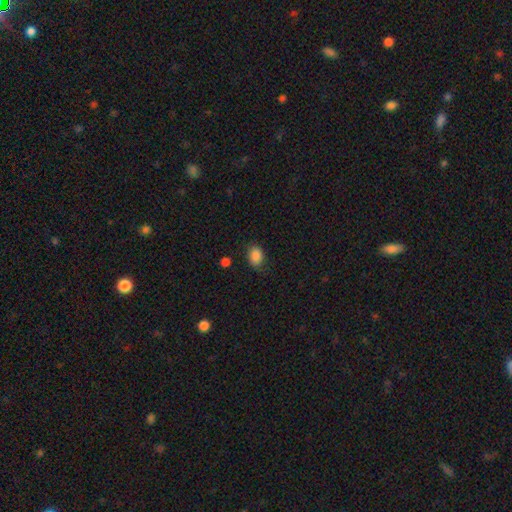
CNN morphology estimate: smooth_or_featured: smooth (p=0.87) [alt: star or artifact p=0.09]
how_rounded: in between (p=0.70) [alt: round p=0.29]
merging: none (p=0.77) [alt: minor disturbance p=0.17]